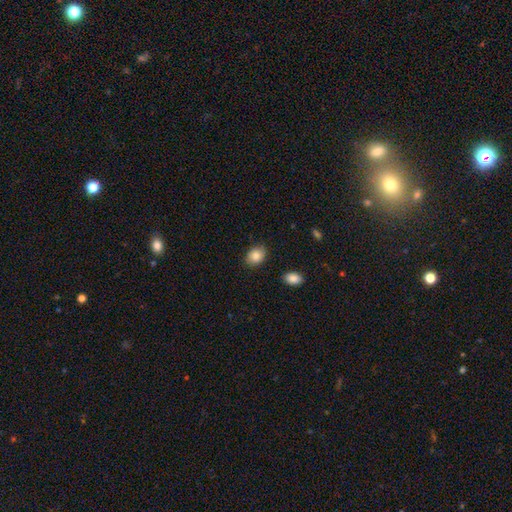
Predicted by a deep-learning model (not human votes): Q: Smooth or featured?
A: smooth (85%); runner-up: star or artifact (8%)
Q: How rounded?
A: in between (65%); runner-up: round (34%)
Q: Merging?
A: none (84%); runner-up: minor disturbance (11%)